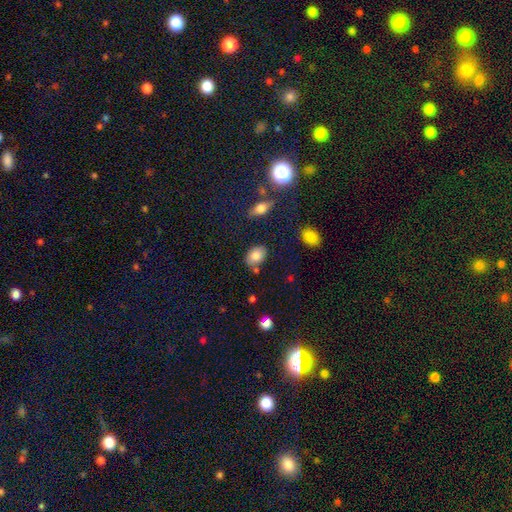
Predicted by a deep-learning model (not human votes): This appears to be a smooth galaxy with no disk features (80%) that is in between round and cigar-shaped (79%). Merging: none (73%).